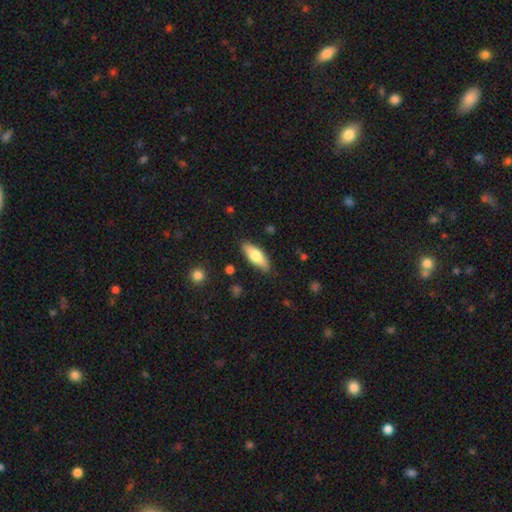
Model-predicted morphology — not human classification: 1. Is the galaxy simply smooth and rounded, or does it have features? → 69% smooth, 25% featured or disk, 6% star or artifact.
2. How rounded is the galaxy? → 65% in between, 33% cigar-shaped, 2% round.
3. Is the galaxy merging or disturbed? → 85% none, 11% minor disturbance, 2% major disturbance, 2% merger.